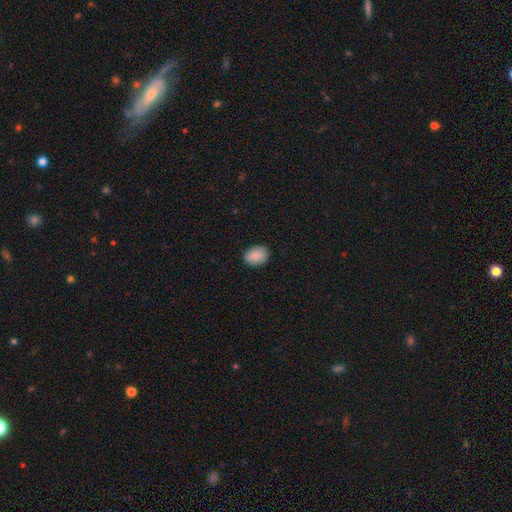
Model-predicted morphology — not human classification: A smooth galaxy with no disk features (89%) that is in between round and cigar-shaped (67%).

Vote fractions:
- Smooth or featured? smooth: 89% / star or artifact: 7% / featured or disk: 4%
- How rounded? in between: 67% / round: 32% / cigar-shaped: 1%
- Merging? none: 87% / minor disturbance: 10% / major disturbance: 2% / merger: 1%